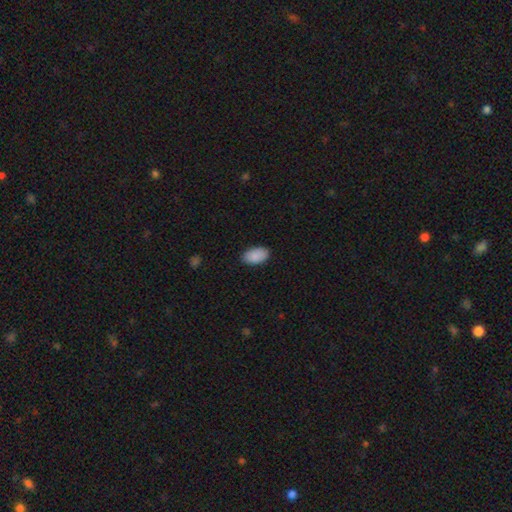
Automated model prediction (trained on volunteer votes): Morphology: type=smooth (89%); roundness=in between (95%); merging=none (88%).